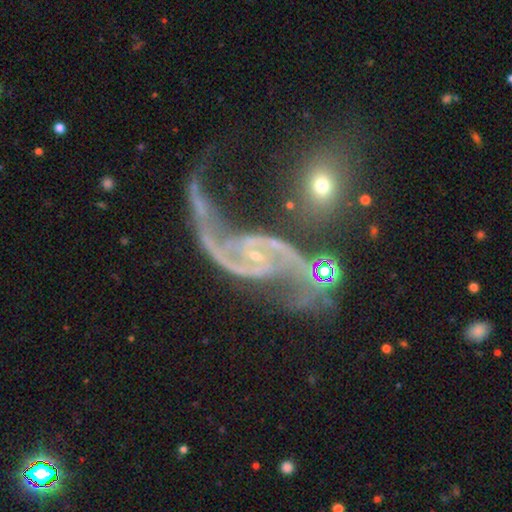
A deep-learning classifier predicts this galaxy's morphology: Overall: featured or disk (88%). Edge-on disk: no (95%). Bar: no (49%; weak 34%). Spiral arms: yes (96%). Spiral arm count: 2 (81%). Spiral winding: loose (55%; medium 33%). Bulge size: small (79%). Merging: none (34%; major disturbance 27%).